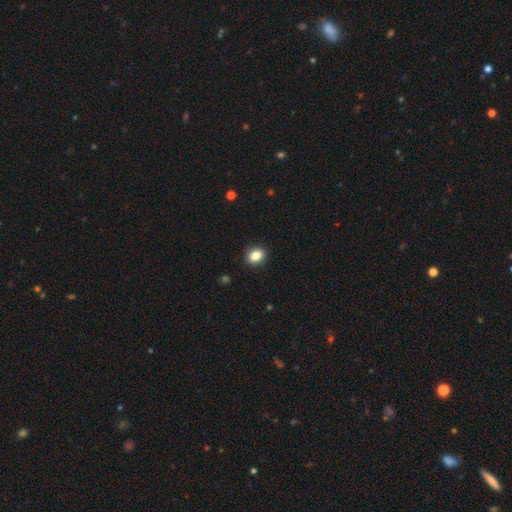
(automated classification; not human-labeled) The model was most divided on "how rounded": round: 58%, in between: 42%, cigar-shaped: 1%. More confident: merging — none (91%); smooth or featured — smooth (85%).